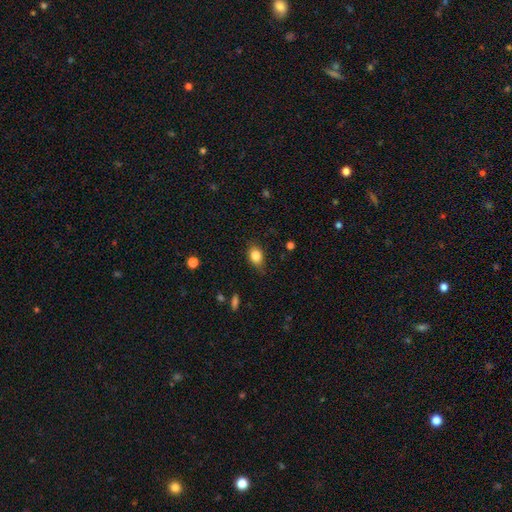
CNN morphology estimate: This appears to be a smooth galaxy with no disk features (84%) that is in between round and cigar-shaped (72%). Merging: none (74%).